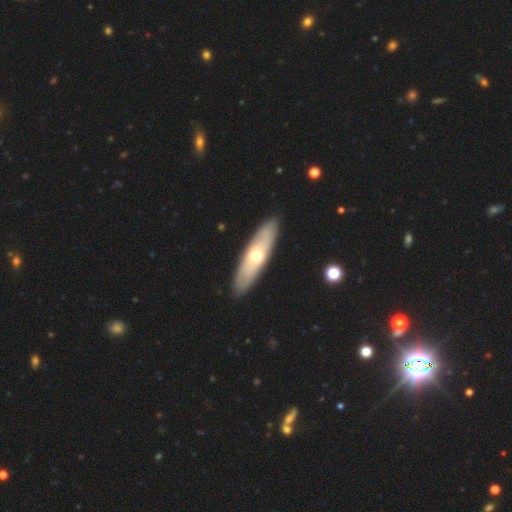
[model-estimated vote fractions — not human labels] Morphology: type=featured or disk (56%); edge-on=no (58%); merging=none (89%).